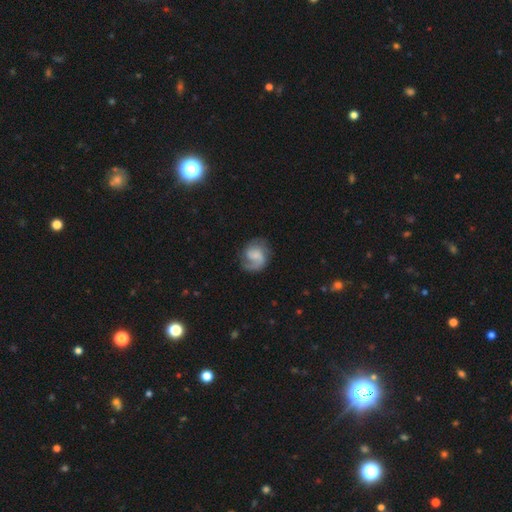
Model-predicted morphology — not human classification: The model was most divided on "bulge size": small: 36%, none: 33%, moderate: 21%, large: 8%, dominant: 2%. Remaining: edge-on disk — no (98%); spiral arms — yes (93%); smooth or featured — featured or disk (67%); merging — none (64%); spiral arm count — 2 (54%); bar — no (51%); spiral winding — medium (45%).